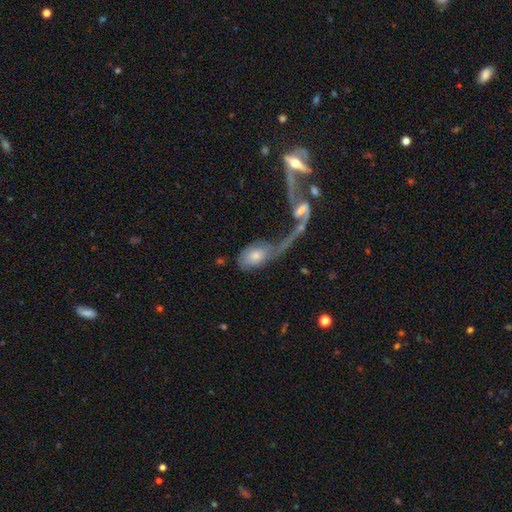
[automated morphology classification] The model was most divided on "smooth or featured": smooth: 58%, featured or disk: 36%, star or artifact: 7%. More confident: how rounded — in between (91%); merging — merger (51%).